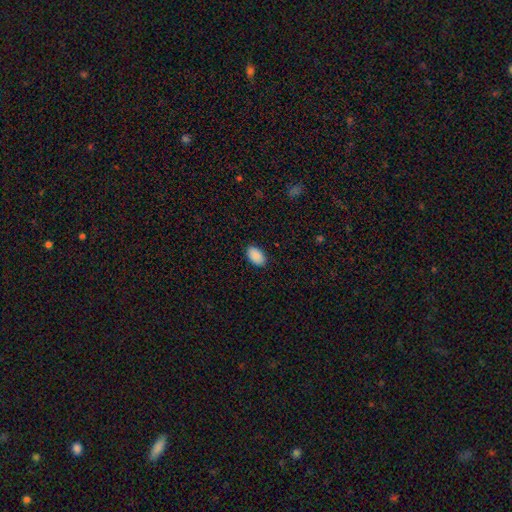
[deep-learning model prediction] This is clearly a smooth galaxy (90%). How rounded: clearly in between (94%). Merging: clearly none (89%).